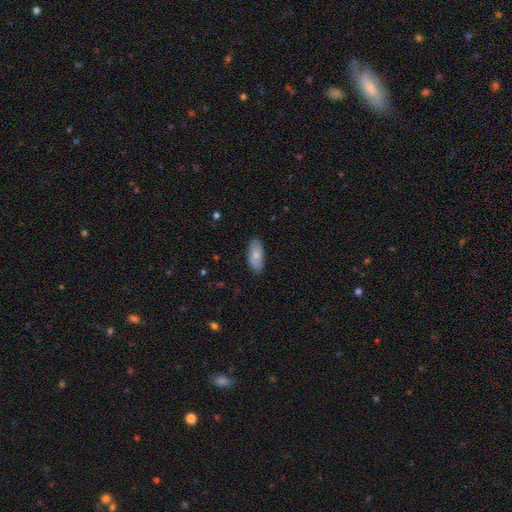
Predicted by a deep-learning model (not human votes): Smooth or featured? Predicted: smooth (p=0.76). How rounded? Predicted: in between (p=0.88). Merging? Predicted: none (p=0.84).